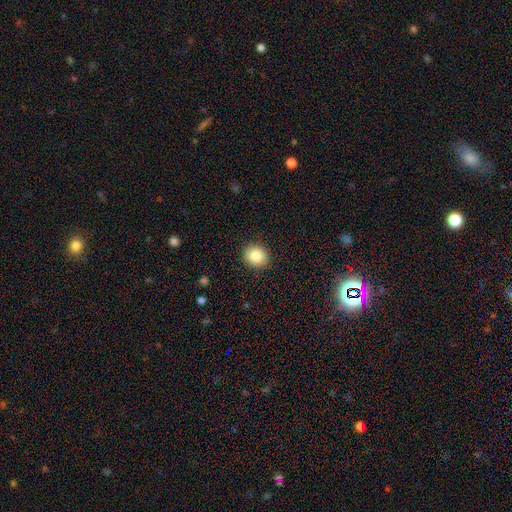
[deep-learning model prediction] Smooth or featured?
  - smooth: 86% *
  - star or artifact: 9%
  - featured or disk: 6%
How rounded?
  - round: 81% *
  - in between: 18%
  - cigar-shaped: 1%
Merging?
  - none: 90% *
  - minor disturbance: 7%
  - major disturbance: 2%
  - merger: 1%